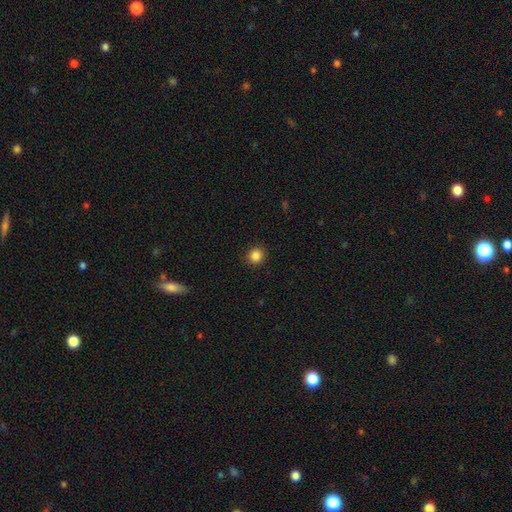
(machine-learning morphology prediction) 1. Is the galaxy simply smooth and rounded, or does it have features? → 86% smooth, 11% star or artifact, 4% featured or disk.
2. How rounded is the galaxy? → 86% round, 13% in between, 1% cigar-shaped.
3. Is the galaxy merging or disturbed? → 92% none, 6% minor disturbance, 2% major disturbance, 1% merger.